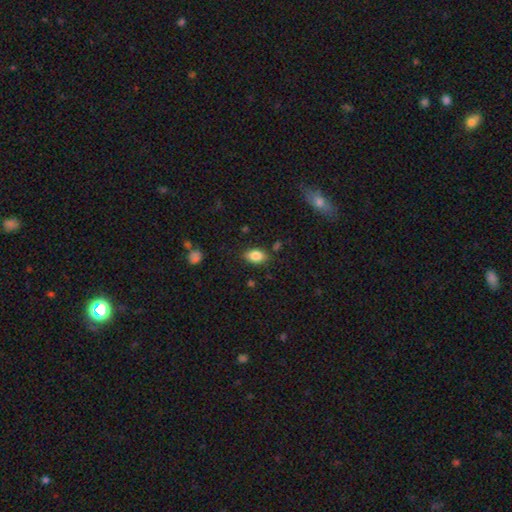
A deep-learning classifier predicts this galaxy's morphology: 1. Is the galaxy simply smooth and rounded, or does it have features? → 84% smooth, 8% star or artifact, 7% featured or disk.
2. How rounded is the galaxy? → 88% in between, 10% round, 2% cigar-shaped.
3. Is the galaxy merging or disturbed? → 84% none, 12% minor disturbance, 3% major disturbance, 2% merger.